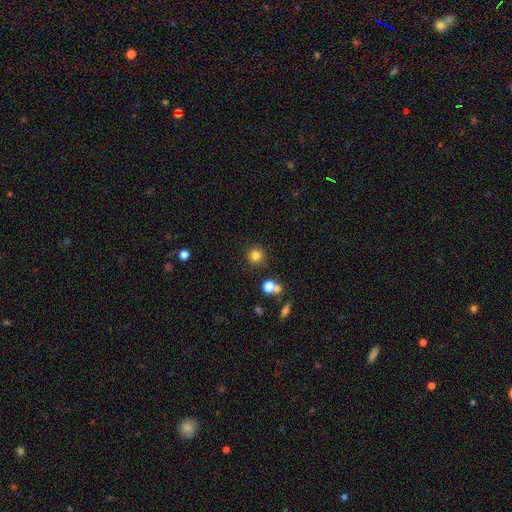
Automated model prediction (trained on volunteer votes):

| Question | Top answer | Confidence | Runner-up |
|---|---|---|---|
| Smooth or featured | smooth | 82% | star or artifact (13%) |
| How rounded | round | 94% | in between (5%) |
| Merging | none | 87% | minor disturbance (7%) |